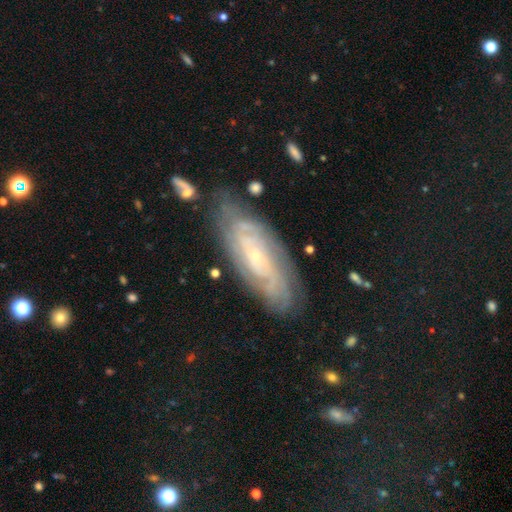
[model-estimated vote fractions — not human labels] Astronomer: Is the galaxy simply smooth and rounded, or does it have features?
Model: featured or disk — 82%.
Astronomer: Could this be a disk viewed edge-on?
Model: no — 90%.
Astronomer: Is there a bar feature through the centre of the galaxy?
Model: no — 67%.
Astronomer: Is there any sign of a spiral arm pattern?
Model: yes — 95%.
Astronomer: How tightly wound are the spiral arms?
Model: tight — 74%.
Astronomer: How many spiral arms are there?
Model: can't tell — 42%.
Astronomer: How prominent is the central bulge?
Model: small — 79%.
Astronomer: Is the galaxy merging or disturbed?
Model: none — 73%.